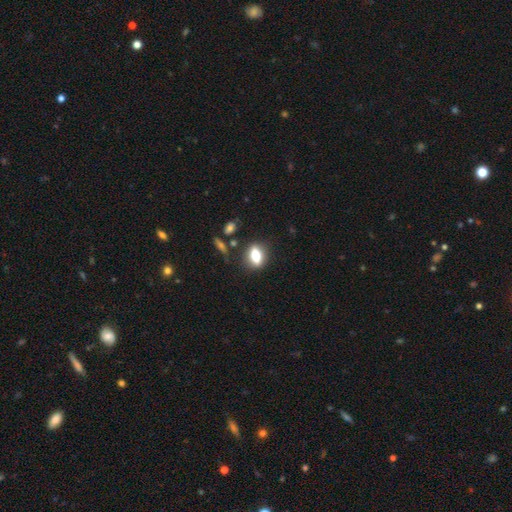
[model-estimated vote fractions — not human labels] Smooth or featured: smooth — 68% (featured or disk — 22%)
How rounded: in between — 68% (round — 18%)
Merging: none — 78% (minor disturbance — 13%)